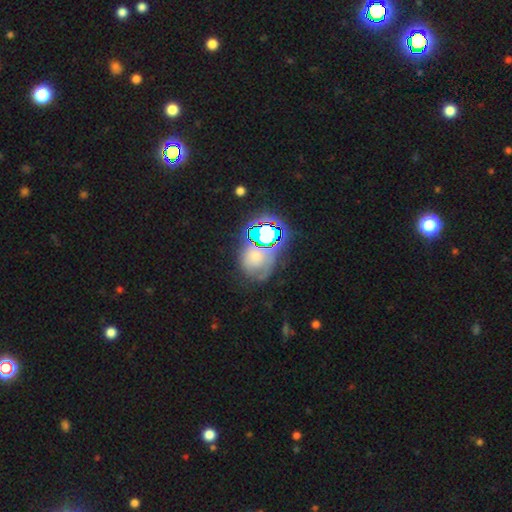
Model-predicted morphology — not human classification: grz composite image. It shows a star or artifact, not a galaxy (44%).